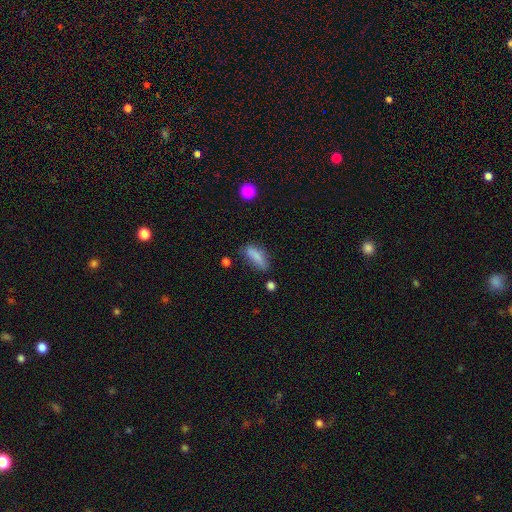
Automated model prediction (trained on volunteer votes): Smooth or featured? Predicted: smooth (p=0.80). How rounded? Predicted: in between (p=0.55). Merging? Predicted: none (p=0.57).